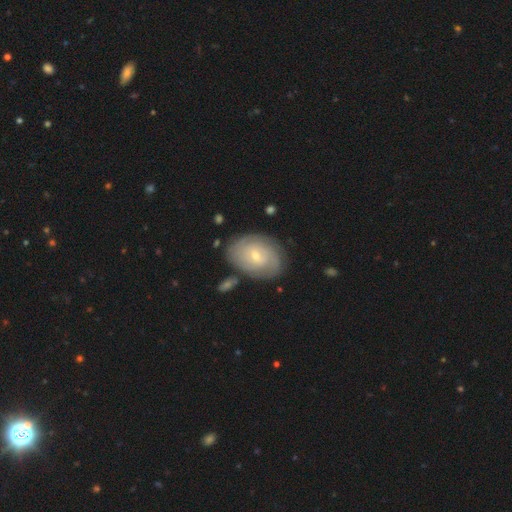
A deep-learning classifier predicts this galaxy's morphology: The model was most divided on "bar": no: 55%, weak: 37%, strong: 7%. More confident: edge-on disk — no (96%); spiral arms — yes (84%); merging — none (77%); spiral winding — tight (74%); smooth or featured — featured or disk (68%); bulge size — small (64%); spiral arm count — can't tell (52%).